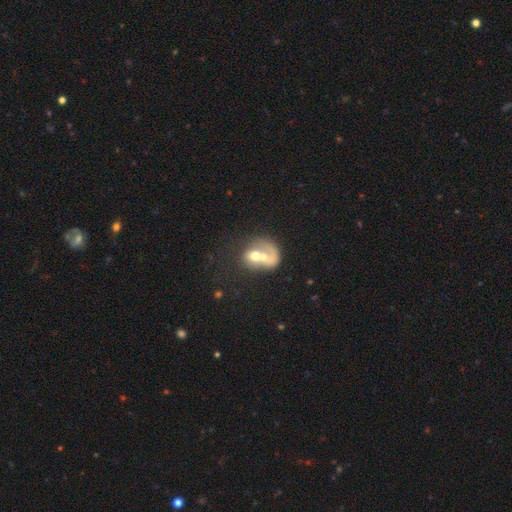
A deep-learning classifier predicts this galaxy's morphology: Smooth or featured? featured or disk (51%)
Edge-on disk? no (97%)
Merging? merger (67%)